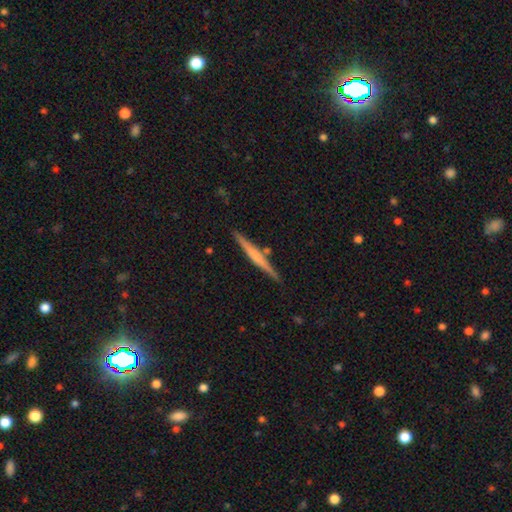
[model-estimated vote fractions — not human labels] Overall: featured or disk (55%; smooth 40%). Edge-on disk: yes (98%). Edge-on bulge: none (55%; rounded 28%). Merging: none (86%).